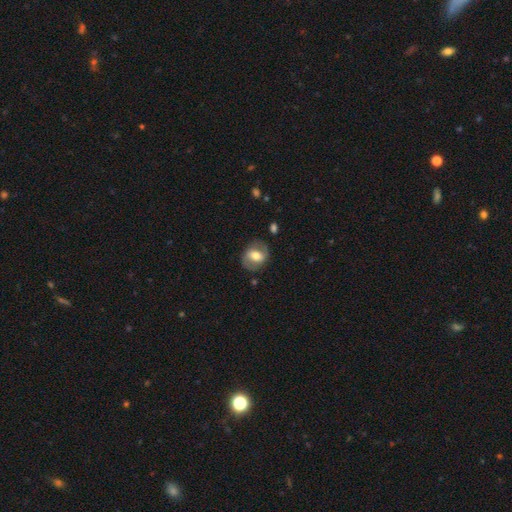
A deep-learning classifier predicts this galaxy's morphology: smooth-or-featured: featured or disk: 56% | smooth: 37% | star or artifact: 7%
  disk-edge-on: no: 96% | yes: 4%
    bar: weak: 40% | strong: 30% | no: 30%
    has-spiral-arms: yes: 70% | no: 30%
    bulge-size: moderate: 63% | large: 22% | small: 12% | dominant: 2% | none: 2%
  merging: none: 76% | minor disturbance: 15% | major disturbance: 7% | merger: 2%